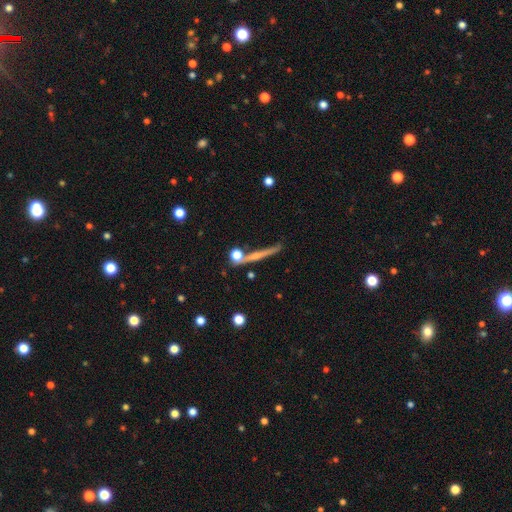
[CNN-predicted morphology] A featured or disk galaxy (49%).

Vote fractions:
- Smooth or featured? featured or disk: 49% / smooth: 40% / star or artifact: 11%
- Merging? none: 69% / minor disturbance: 14% / merger: 11% / major disturbance: 7%